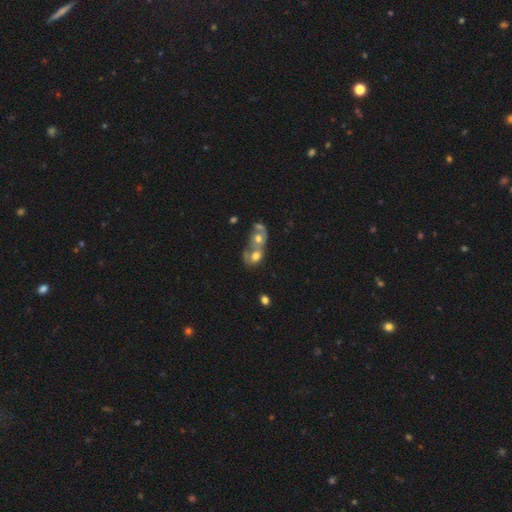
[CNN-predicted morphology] This is possibly a smooth galaxy (52%). How rounded: possibly in between (55%). Merging: likely merger (78%).